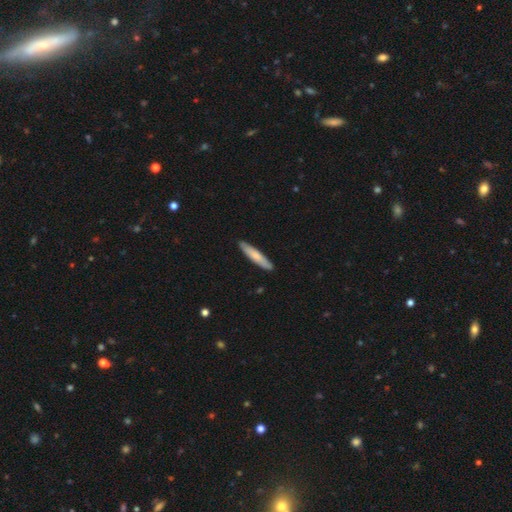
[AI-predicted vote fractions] This appears to be a smooth galaxy with no disk features (73%) that is cigar-shaped (88%). Merging: none (88%).